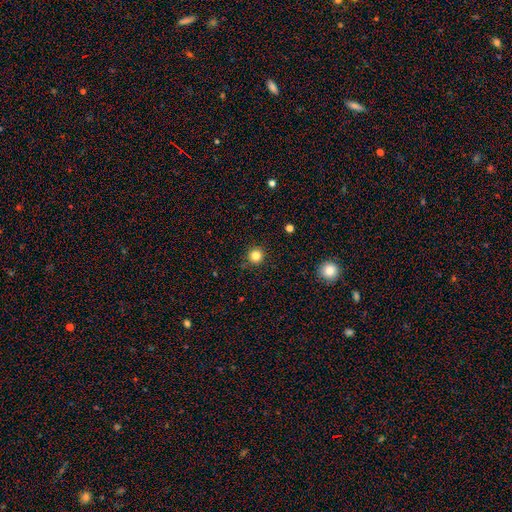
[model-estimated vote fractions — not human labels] Smooth or featured? smooth (83%)
How rounded? round (95%)
Merging? none (90%)